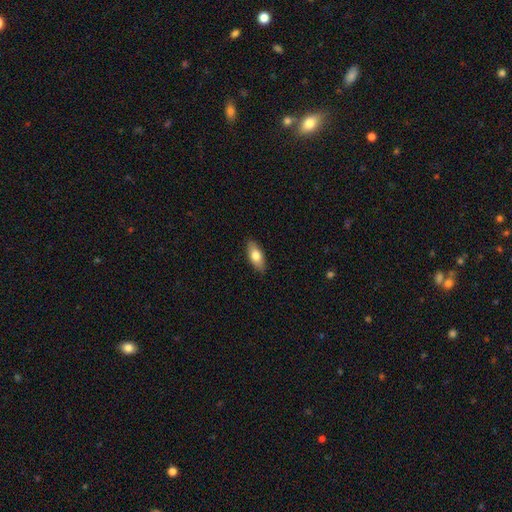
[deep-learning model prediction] The model was most divided on "smooth or featured": smooth: 76%, featured or disk: 18%, star or artifact: 6%. More confident: merging — none (88%); how rounded — in between (82%).